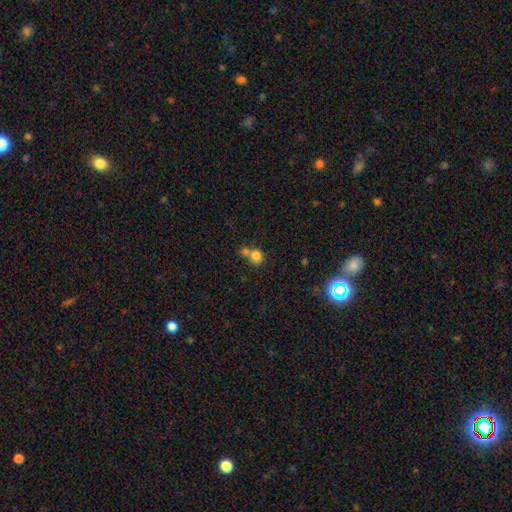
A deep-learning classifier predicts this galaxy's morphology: A smooth galaxy with no disk features (80%) that is round (80%). Merging: merger (49%).